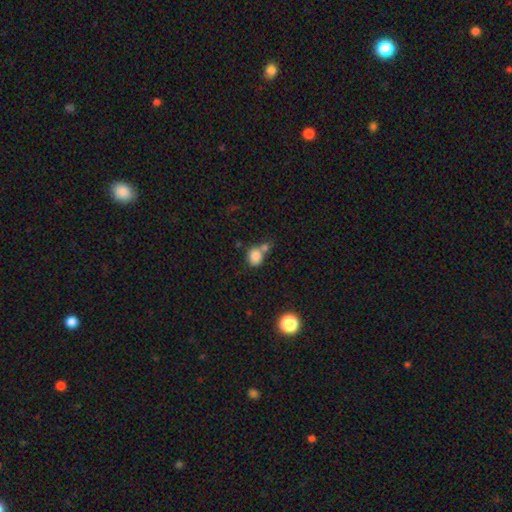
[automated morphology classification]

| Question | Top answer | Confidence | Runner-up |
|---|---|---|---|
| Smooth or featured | smooth | 83% | star or artifact (11%) |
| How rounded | round | 54% | in between (45%) |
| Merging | none | 46% | merger (38%) |